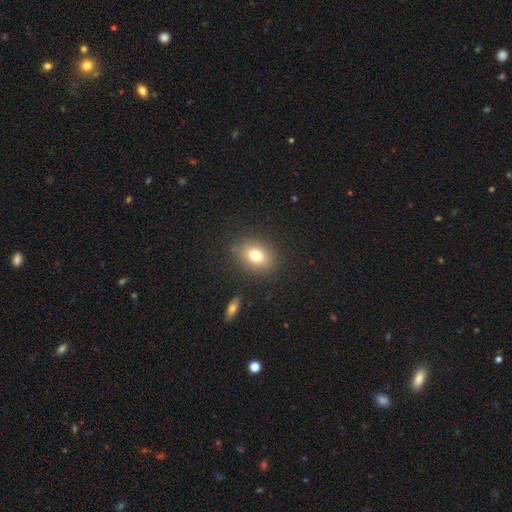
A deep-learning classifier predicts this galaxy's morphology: A smooth galaxy with no disk features (76%) that is in between round and cigar-shaped (66%).

Vote fractions:
- Smooth or featured? smooth: 76% / featured or disk: 13% / star or artifact: 11%
- How rounded? in between: 66% / round: 33% / cigar-shaped: 1%
- Merging? none: 85% / minor disturbance: 10% / major disturbance: 4% / merger: 2%